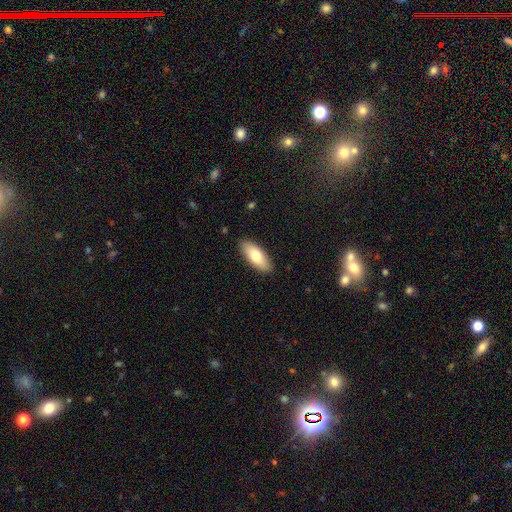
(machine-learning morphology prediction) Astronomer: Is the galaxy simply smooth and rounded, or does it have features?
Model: smooth — 75%.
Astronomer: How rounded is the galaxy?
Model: in between — 81%.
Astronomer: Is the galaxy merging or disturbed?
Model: none — 88%.